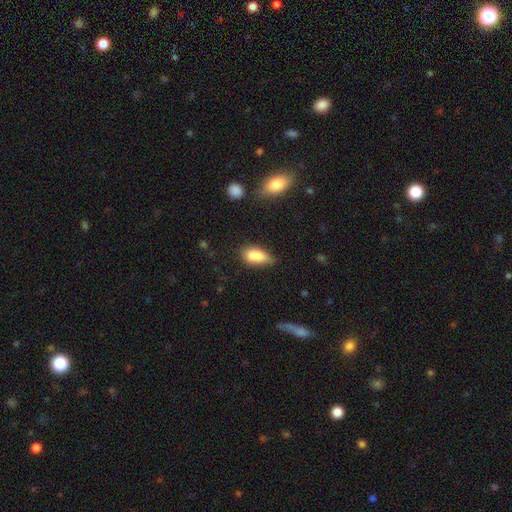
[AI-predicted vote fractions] Smooth or featured? smooth (77%)
How rounded? in between (84%)
Merging? none (41%)